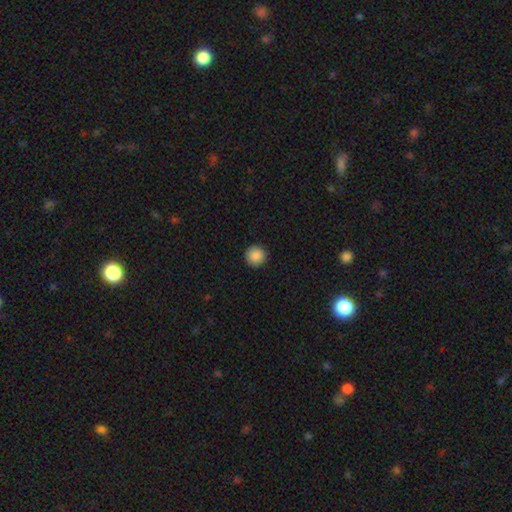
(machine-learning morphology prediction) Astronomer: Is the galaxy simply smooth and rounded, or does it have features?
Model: smooth — 88%.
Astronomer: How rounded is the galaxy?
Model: round — 96%.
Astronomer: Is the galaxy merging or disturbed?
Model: none — 93%.